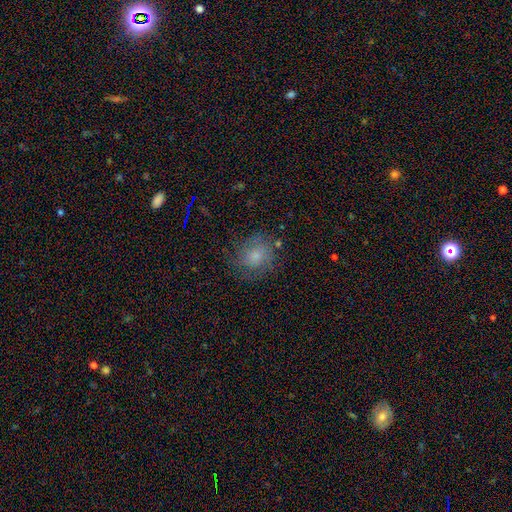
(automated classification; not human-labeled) Morphology: type=smooth (60%); roundness=round (78%); merging=none (68%).